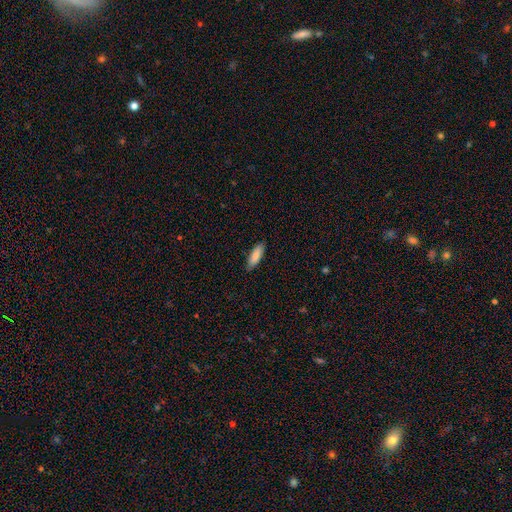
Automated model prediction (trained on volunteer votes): Morphology: type=smooth (84%); roundness=in between (58%); merging=none (87%).